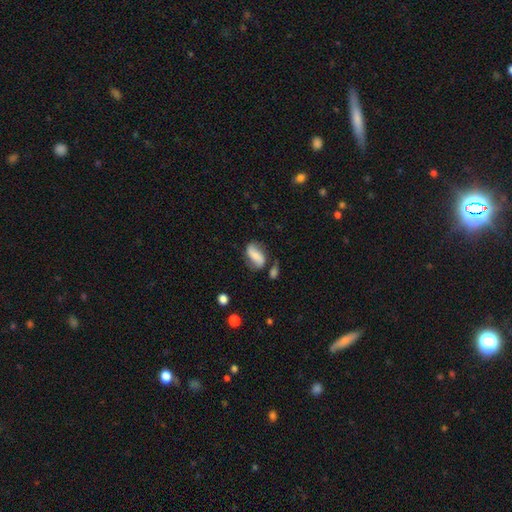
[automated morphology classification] Q: Smooth or featured?
A: smooth (52%); runner-up: featured or disk (39%)
Q: How rounded?
A: in between (87%); runner-up: cigar-shaped (7%)
Q: Merging?
A: none (53%); runner-up: minor disturbance (25%)